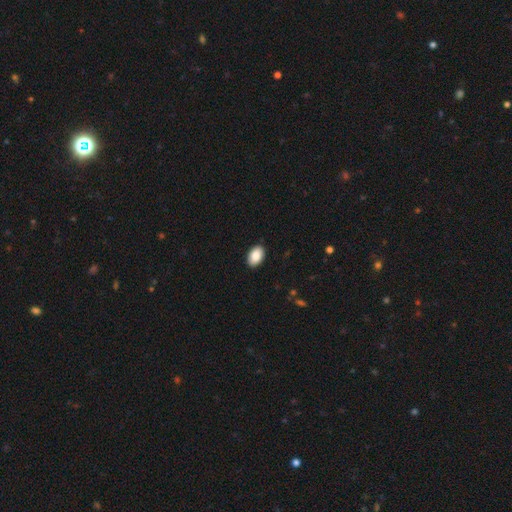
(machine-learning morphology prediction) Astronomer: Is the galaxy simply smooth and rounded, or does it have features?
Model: smooth — 87%.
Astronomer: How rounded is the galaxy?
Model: in between — 92%.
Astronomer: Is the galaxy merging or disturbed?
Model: none — 90%.